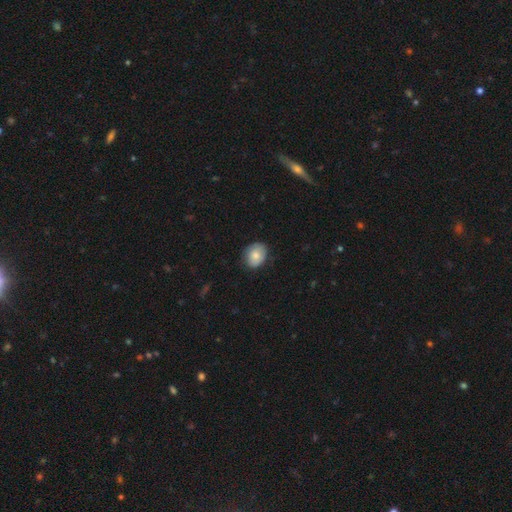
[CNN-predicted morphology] The model was most divided on "how rounded": in between: 54%, round: 45%, cigar-shaped: 1%. More confident: smooth or featured — smooth (80%); merging — none (78%).